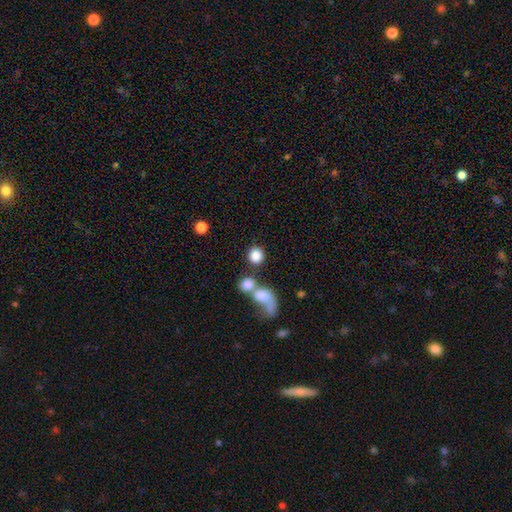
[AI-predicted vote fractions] smooth_or_featured: smooth (p=0.83) [alt: star or artifact p=0.09]
how_rounded: round (p=0.85) [alt: in between p=0.14]
merging: none (p=0.51) [alt: merger p=0.32]